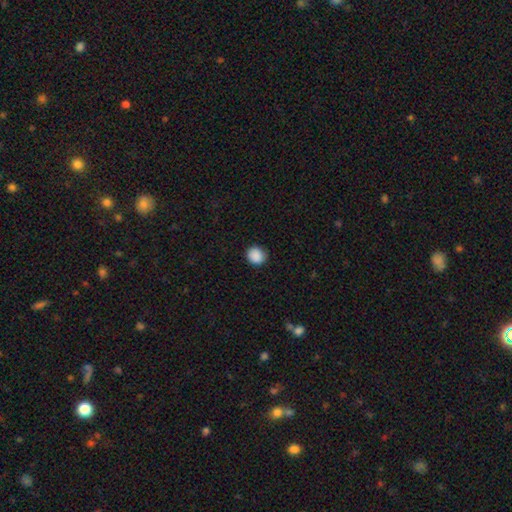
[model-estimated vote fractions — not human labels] Q: Smooth or featured?
A: smooth (89%); runner-up: star or artifact (8%)
Q: How rounded?
A: round (86%); runner-up: in between (14%)
Q: Merging?
A: none (88%); runner-up: minor disturbance (9%)